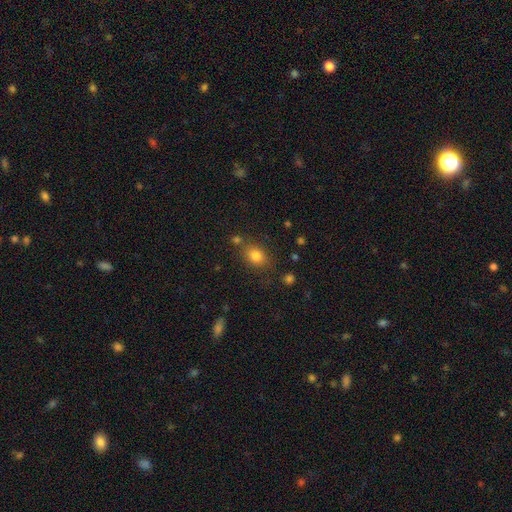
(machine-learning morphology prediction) Smooth or featured? Predicted: smooth (p=0.81). How rounded? Predicted: in between (p=0.61). Merging? Predicted: none (p=0.72).